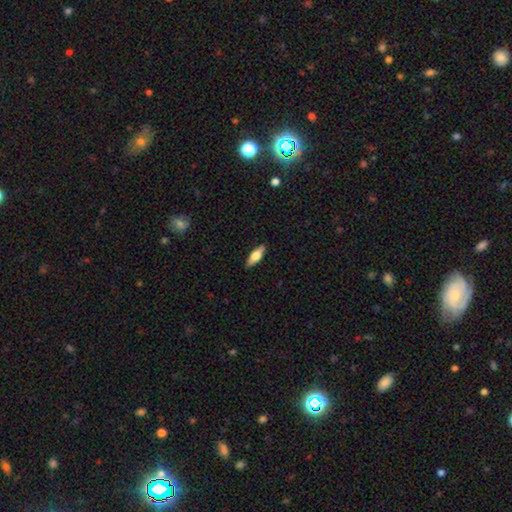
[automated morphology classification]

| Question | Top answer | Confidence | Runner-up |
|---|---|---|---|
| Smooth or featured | smooth | 61% | featured or disk (34%) |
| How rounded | in between | 57% | cigar-shaped (41%) |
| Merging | none | 90% | minor disturbance (8%) |